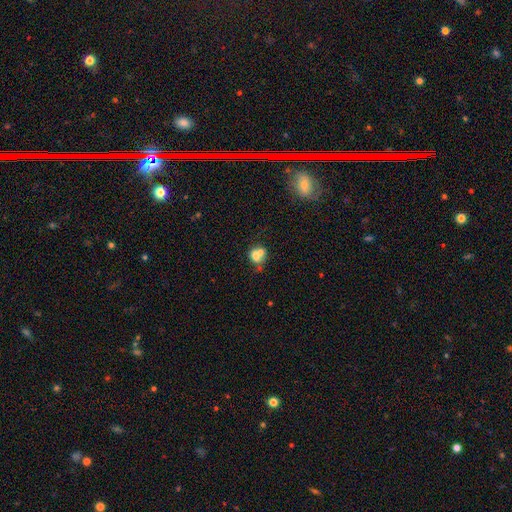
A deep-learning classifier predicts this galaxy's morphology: type=smooth (66%); roundness=round (63%); merging=merger (57%).